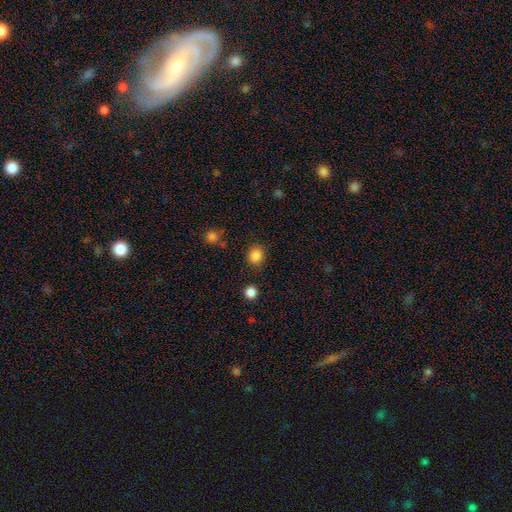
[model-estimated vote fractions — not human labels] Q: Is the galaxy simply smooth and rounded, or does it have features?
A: smooth — 85%.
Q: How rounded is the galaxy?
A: round — 78%.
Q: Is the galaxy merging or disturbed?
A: none — 84%.